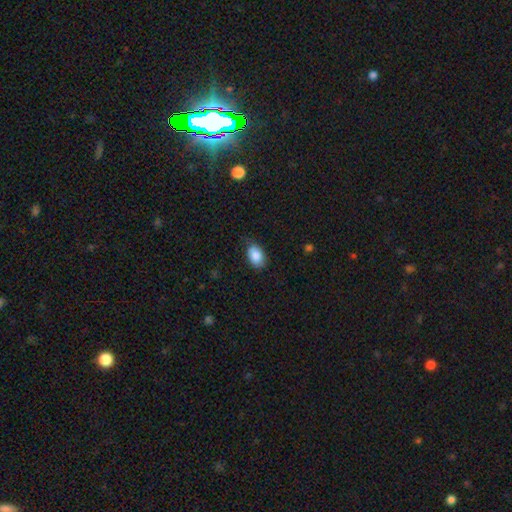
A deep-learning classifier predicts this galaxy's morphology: Smooth or featured? smooth (86%)
How rounded? in between (88%)
Merging? none (73%)